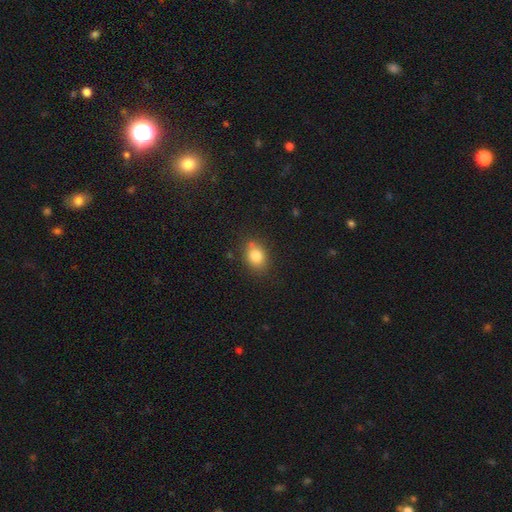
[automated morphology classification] A smooth galaxy with no disk features (82%) that is in between round and cigar-shaped (64%). Merging: none (78%).